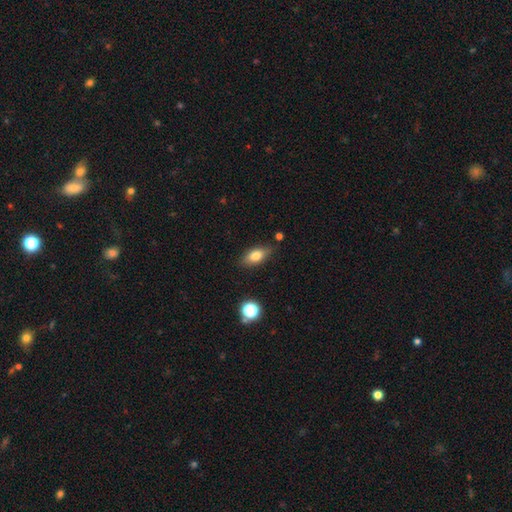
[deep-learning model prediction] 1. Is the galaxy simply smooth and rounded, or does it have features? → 76% smooth, 15% featured or disk, 9% star or artifact.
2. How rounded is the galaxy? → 83% in between, 10% cigar-shaped, 7% round.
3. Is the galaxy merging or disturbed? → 80% none, 14% minor disturbance, 3% major disturbance, 3% merger.